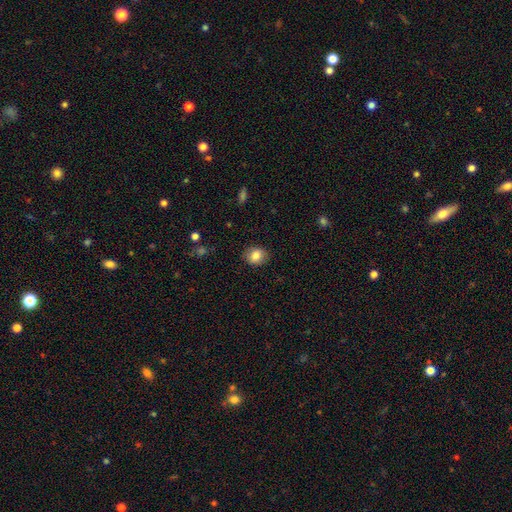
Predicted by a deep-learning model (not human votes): A smooth galaxy with no disk features (82%) that is round (66%). Merging: none (87%).